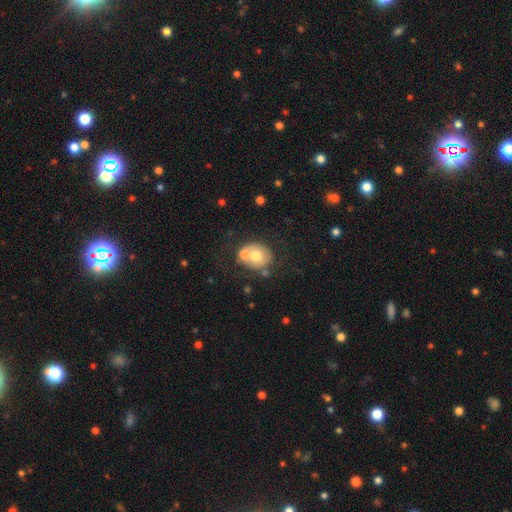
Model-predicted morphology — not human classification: A smooth galaxy with no disk features (61%) that is round (70%). Merging: none (42%).